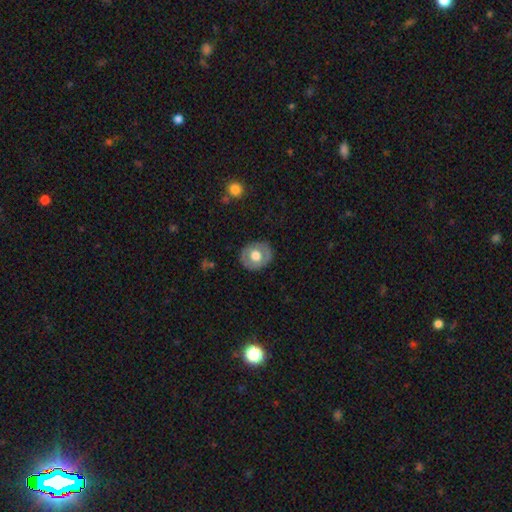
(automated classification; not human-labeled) This appears to be a smooth galaxy with no disk features (56%) that is round (71%). Merging: none (84%).